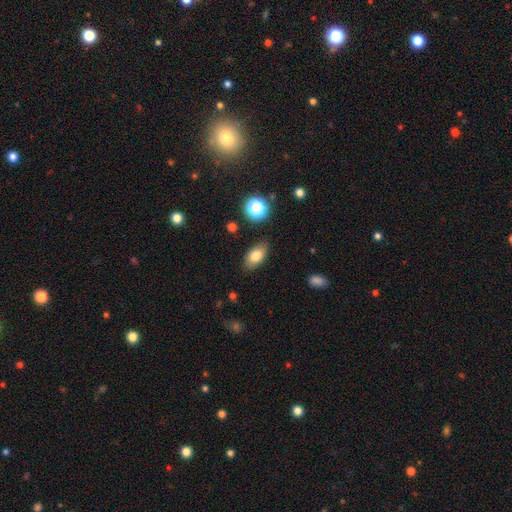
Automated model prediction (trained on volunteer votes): smooth-or-featured: smooth: 79% | featured or disk: 12% | star or artifact: 9%
  how-rounded: in between: 89% | round: 7% | cigar-shaped: 4%
  merging: none: 85% | minor disturbance: 11% | major disturbance: 3% | merger: 2%